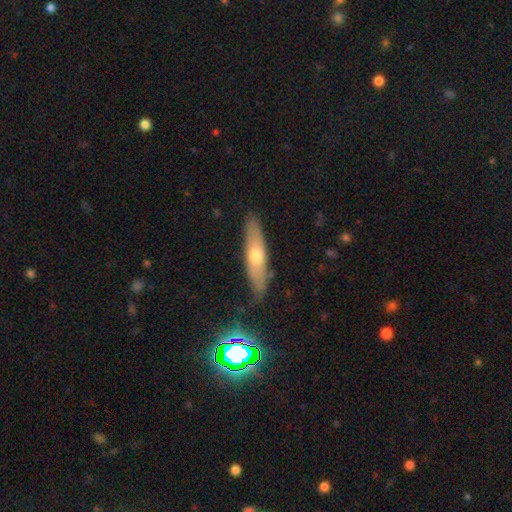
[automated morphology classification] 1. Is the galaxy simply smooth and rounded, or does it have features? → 46% smooth, 43% featured or disk, 10% star or artifact.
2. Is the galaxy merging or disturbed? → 86% none, 10% minor disturbance, 2% major disturbance, 1% merger.